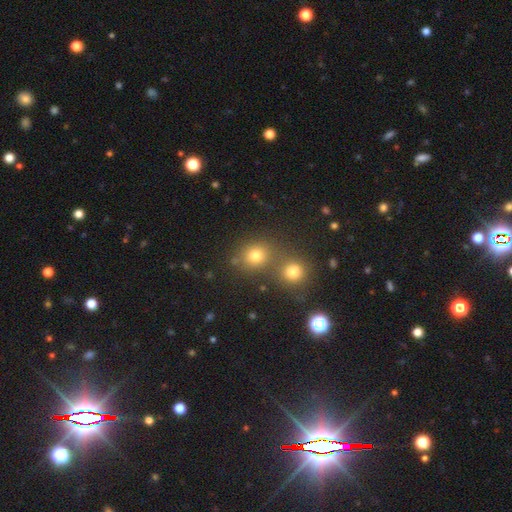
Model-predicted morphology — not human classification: Smooth or featured? Predicted: smooth (p=0.73). How rounded? Predicted: round (p=0.79). Merging? Predicted: none (p=0.60).